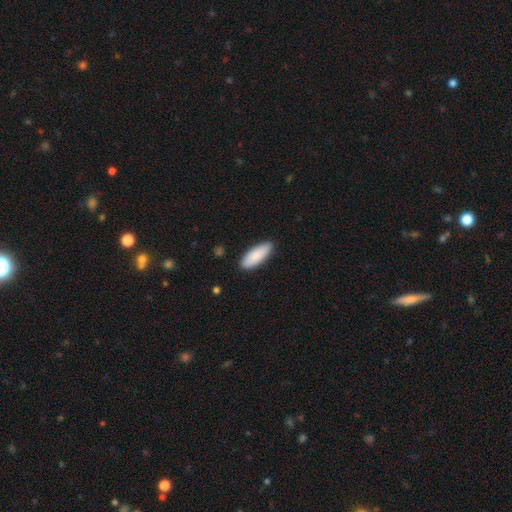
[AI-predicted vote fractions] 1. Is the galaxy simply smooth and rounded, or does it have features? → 87% smooth, 7% featured or disk, 5% star or artifact.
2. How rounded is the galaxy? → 71% in between, 27% cigar-shaped, 2% round.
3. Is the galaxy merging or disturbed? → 88% none, 9% minor disturbance, 2% major disturbance, 1% merger.